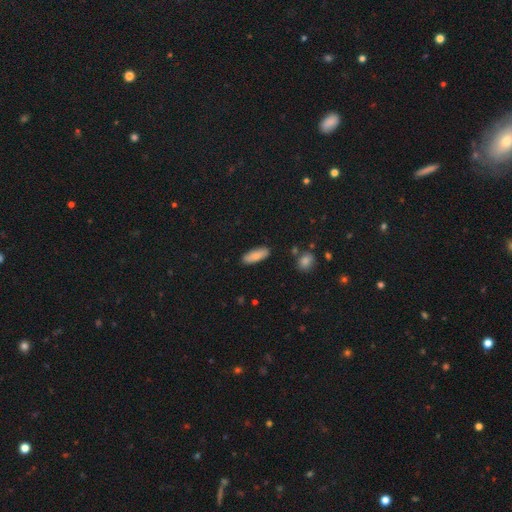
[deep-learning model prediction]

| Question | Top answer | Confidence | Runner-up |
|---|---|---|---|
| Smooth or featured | smooth | 84% | featured or disk (10%) |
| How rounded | in between | 65% | cigar-shaped (33%) |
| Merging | none | 87% | minor disturbance (9%) |